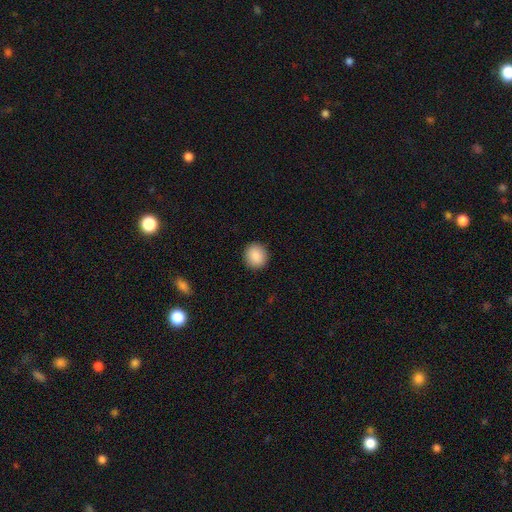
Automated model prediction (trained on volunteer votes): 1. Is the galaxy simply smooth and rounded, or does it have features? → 88% smooth, 8% star or artifact, 4% featured or disk.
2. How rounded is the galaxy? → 89% round, 10% in between, 1% cigar-shaped.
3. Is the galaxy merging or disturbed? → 92% none, 5% minor disturbance, 2% major disturbance, 1% merger.